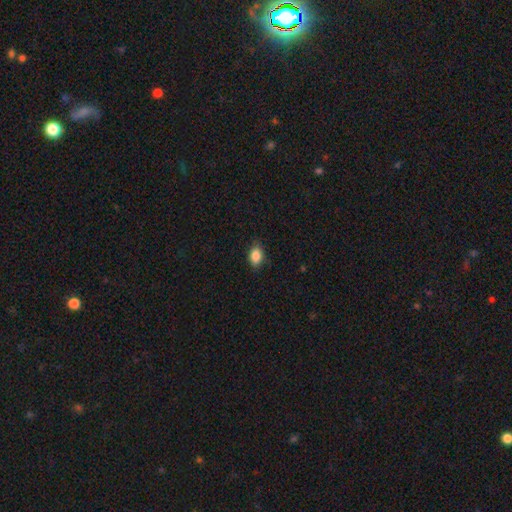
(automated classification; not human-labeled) Overall: smooth (87%). How rounded: in between (84%). Merging: none (84%).